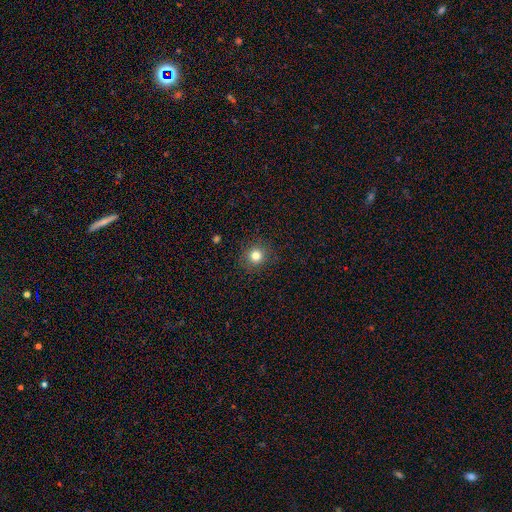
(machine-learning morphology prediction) Q: Smooth or featured?
A: smooth (80%); runner-up: star or artifact (13%)
Q: How rounded?
A: round (91%); runner-up: in between (8%)
Q: Merging?
A: none (90%); runner-up: minor disturbance (7%)